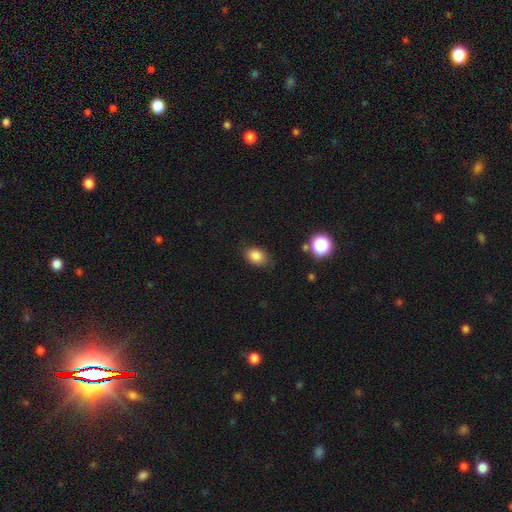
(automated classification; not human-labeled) This appears to be a smooth galaxy with no disk features (84%) that is in between round and cigar-shaped (75%). Merging: none (78%).